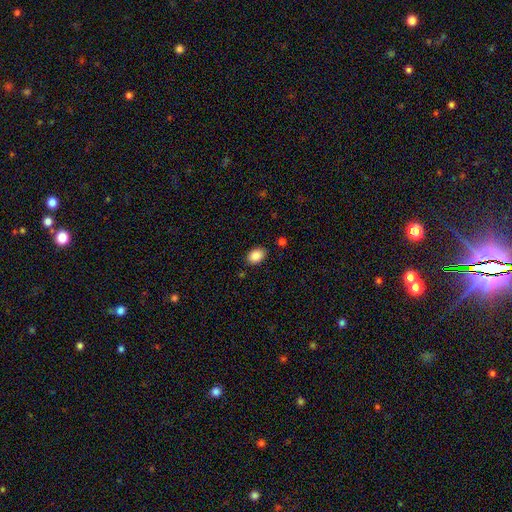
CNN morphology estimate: Overall: smooth (88%). How rounded: in between (78%). Merging: none (85%).